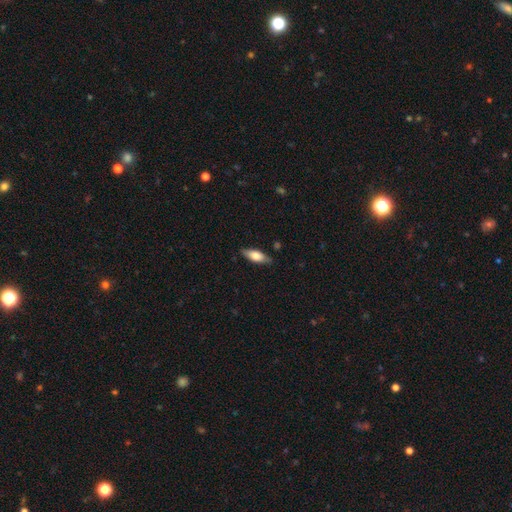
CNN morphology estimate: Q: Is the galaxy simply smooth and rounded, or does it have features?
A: smooth — 68%.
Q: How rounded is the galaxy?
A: in between — 70%.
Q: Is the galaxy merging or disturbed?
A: none — 83%.